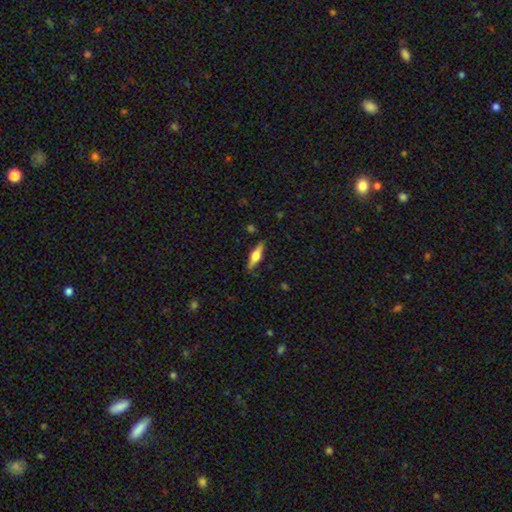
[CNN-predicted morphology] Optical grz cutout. It shows a featured or disk galaxy (56%) viewed edge-on (95%) with a rounded central bulge (93%). Merging: none (87%).